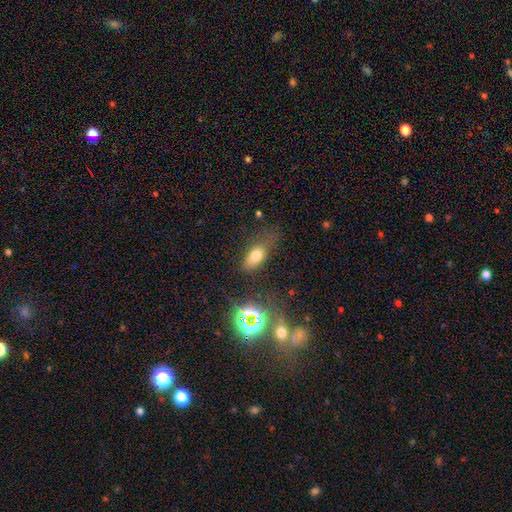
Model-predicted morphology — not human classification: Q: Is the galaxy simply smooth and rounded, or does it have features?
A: smooth — 71%.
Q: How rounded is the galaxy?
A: in between — 82%.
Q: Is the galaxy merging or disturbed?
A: none — 59%.